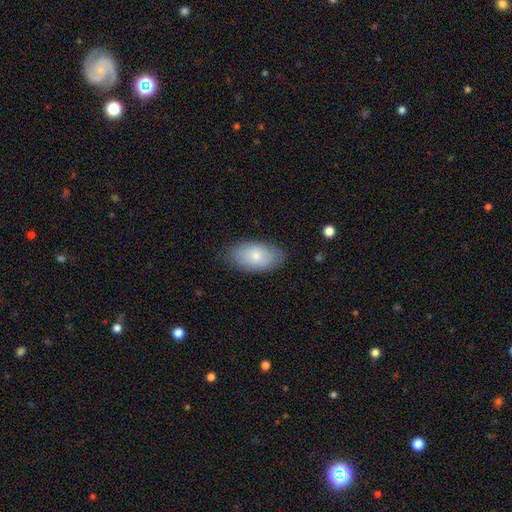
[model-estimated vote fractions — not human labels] Smooth or featured: smooth — 75% (featured or disk — 18%)
How rounded: in between — 94% (round — 4%)
Merging: none — 82% (minor disturbance — 14%)